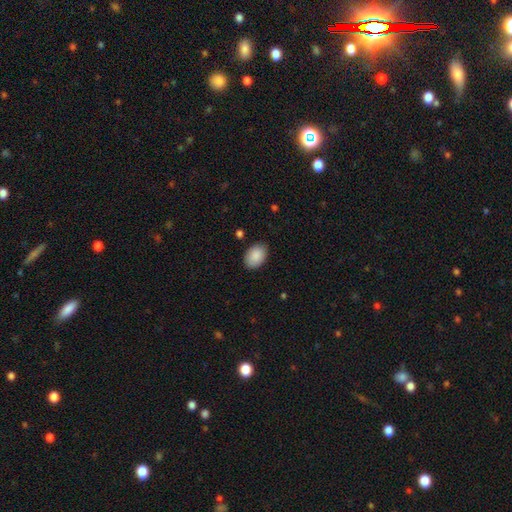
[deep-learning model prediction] Smooth or featured: smooth — 89% (star or artifact — 6%)
How rounded: in between — 83% (round — 16%)
Merging: none — 85% (minor disturbance — 12%)